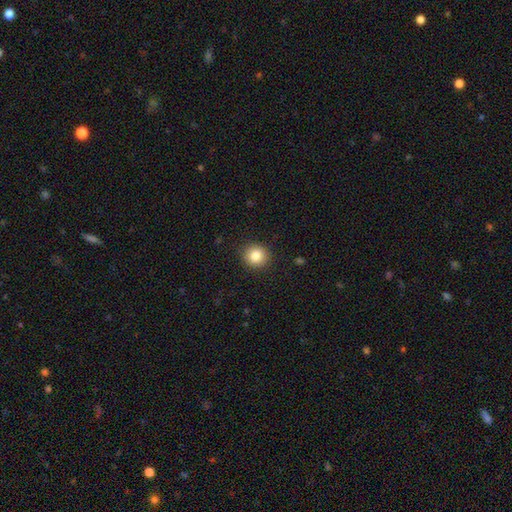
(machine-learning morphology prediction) Smooth or featured?
  - smooth: 85% *
  - star or artifact: 10%
  - featured or disk: 6%
How rounded?
  - round: 91% *
  - in between: 8%
  - cigar-shaped: 1%
Merging?
  - none: 91% *
  - minor disturbance: 6%
  - major disturbance: 2%
  - merger: 1%